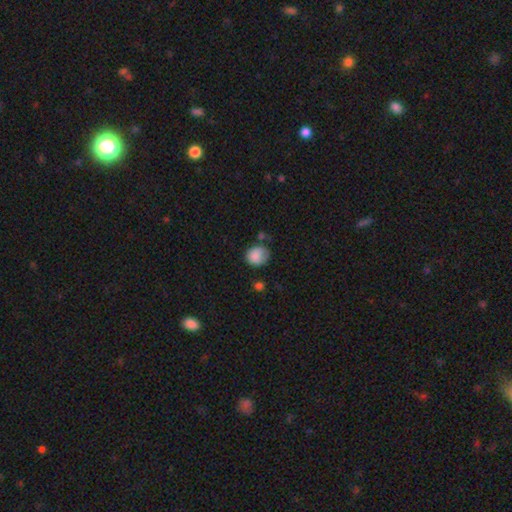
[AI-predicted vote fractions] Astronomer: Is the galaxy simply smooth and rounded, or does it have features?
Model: smooth — 83%.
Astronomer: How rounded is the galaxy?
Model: round — 68%.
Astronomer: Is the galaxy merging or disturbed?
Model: none — 51% (runner-up: minor disturbance, 32%).